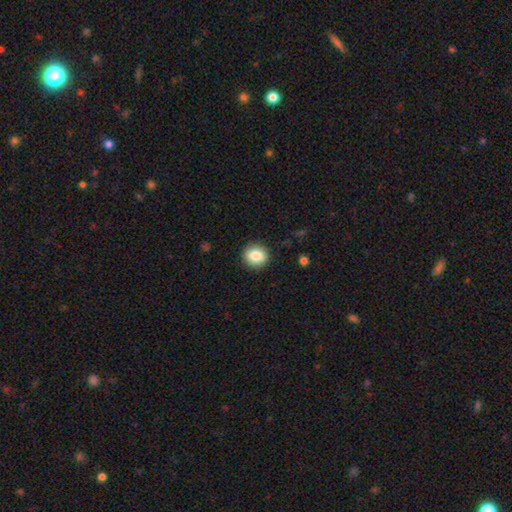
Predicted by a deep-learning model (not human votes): This appears to be a smooth galaxy with no disk features (84%) that is round (77%). Merging: none (90%).